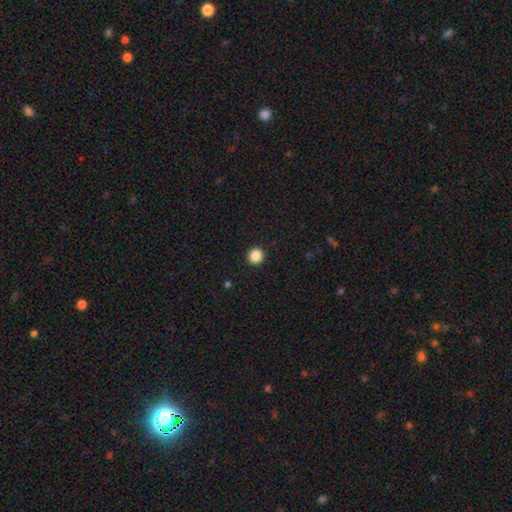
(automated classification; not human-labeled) This is clearly a smooth galaxy (87%). How rounded: clearly round (95%). Merging: clearly none (93%).